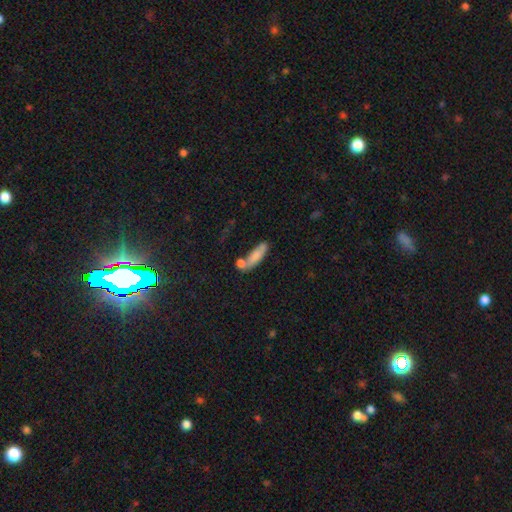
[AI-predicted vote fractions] Smooth or featured?
  - smooth: 77% *
  - featured or disk: 15%
  - star or artifact: 8%
How rounded?
  - cigar-shaped: 60% *
  - in between: 37%
  - round: 3%
Merging?
  - none: 51% *
  - merger: 25%
  - minor disturbance: 17%
  - major disturbance: 7%